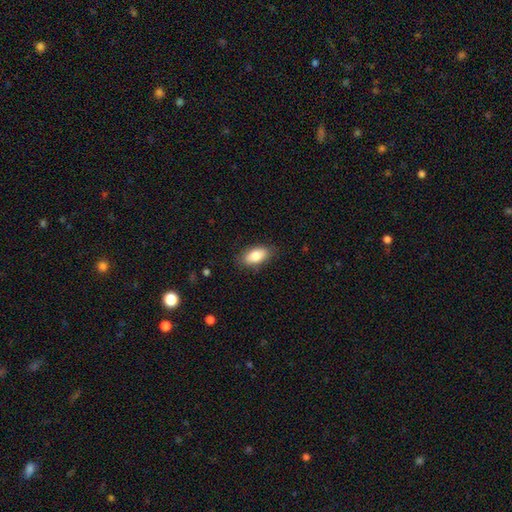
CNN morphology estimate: A smooth galaxy with no disk features (82%) that is in between round and cigar-shaped (91%).

Vote fractions:
- Smooth or featured? smooth: 82% / featured or disk: 11% / star or artifact: 7%
- How rounded? in between: 91% / cigar-shaped: 5% / round: 4%
- Merging? none: 84% / minor disturbance: 12% / major disturbance: 3% / merger: 1%